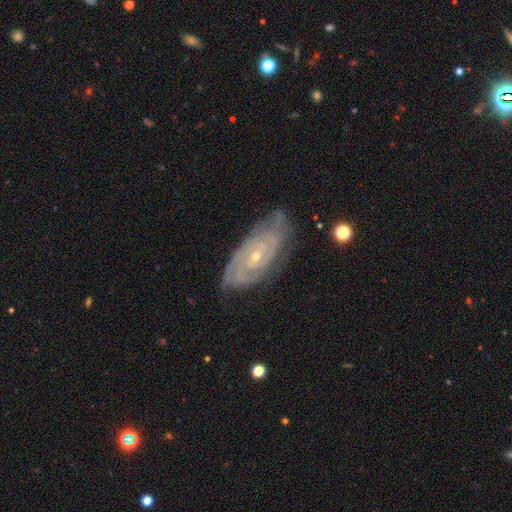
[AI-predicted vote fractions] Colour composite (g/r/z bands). It shows a featured or disk galaxy (88%) with no bar (63%), 2 (45%) tight (74%) spiral arms (97%) and a small central bulge (75%). Merging: none (73%).